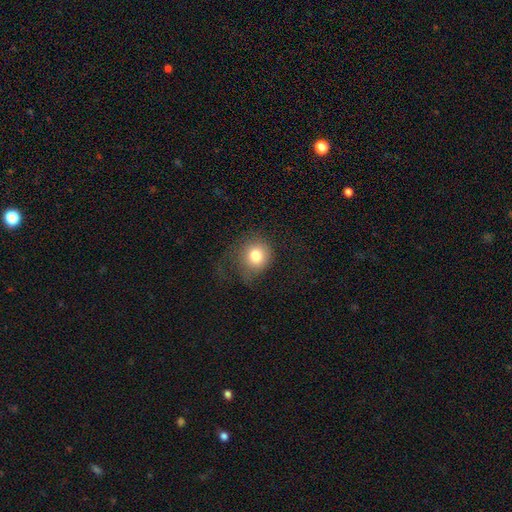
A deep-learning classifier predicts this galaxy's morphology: Q: Smooth or featured?
A: smooth (79%); runner-up: featured or disk (11%)
Q: How rounded?
A: round (83%); runner-up: in between (16%)
Q: Merging?
A: none (53%); runner-up: minor disturbance (23%)